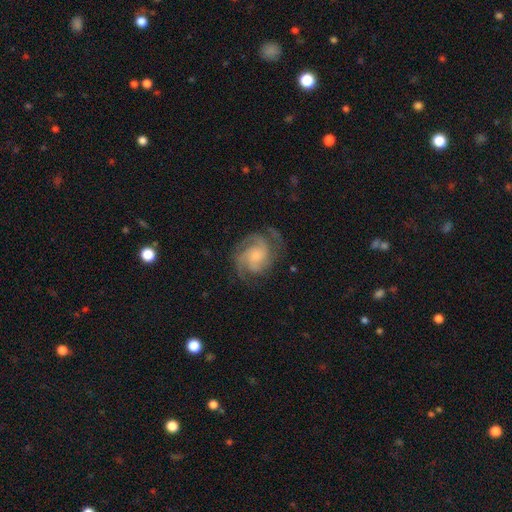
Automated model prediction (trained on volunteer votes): Smooth or featured? featured or disk (88%)
Edge-on disk? no (98%)
Bar? no (68%)
Spiral arms? yes (98%)
Spiral winding? tight (47%)
Spiral arm count? 3 (47%)
Bulge size? small (48%)
Merging? none (73%)